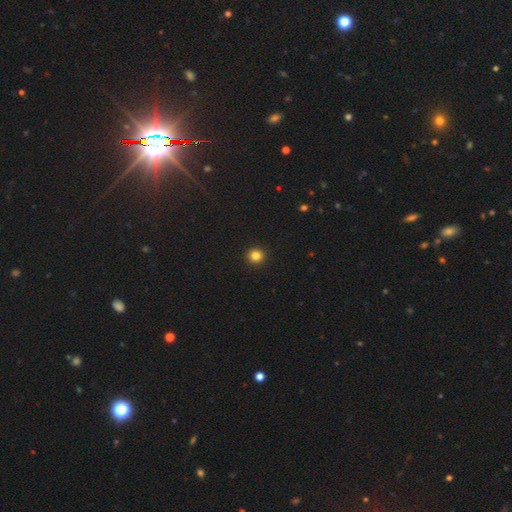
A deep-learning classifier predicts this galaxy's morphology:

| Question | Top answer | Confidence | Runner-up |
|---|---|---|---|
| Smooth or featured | smooth | 83% | star or artifact (12%) |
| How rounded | round | 93% | in between (6%) |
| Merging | none | 94% | minor disturbance (4%) |